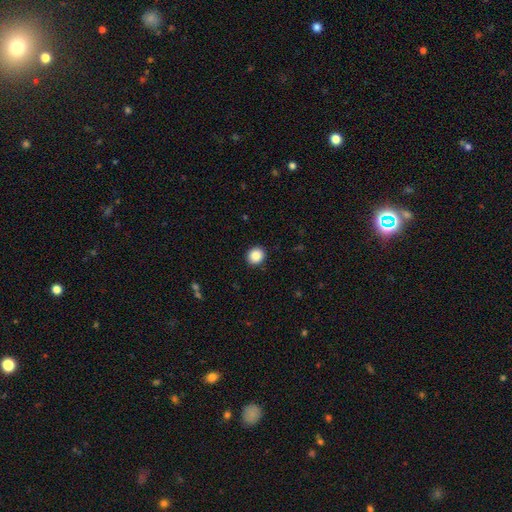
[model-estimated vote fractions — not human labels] smooth-or-featured: smooth: 88% | star or artifact: 9% | featured or disk: 3%
  how-rounded: round: 87% | in between: 12% | cigar-shaped: 1%
  merging: none: 92% | minor disturbance: 5% | major disturbance: 2% | merger: 1%